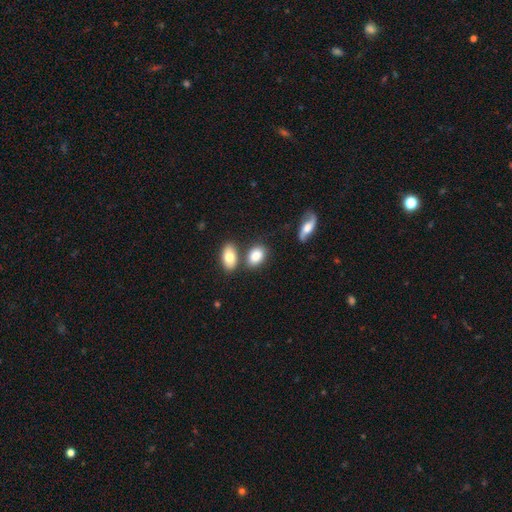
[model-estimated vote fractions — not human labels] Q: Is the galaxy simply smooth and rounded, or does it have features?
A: smooth — 82%.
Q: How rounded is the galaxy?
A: in between — 82%.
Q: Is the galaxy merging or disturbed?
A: none — 65%.